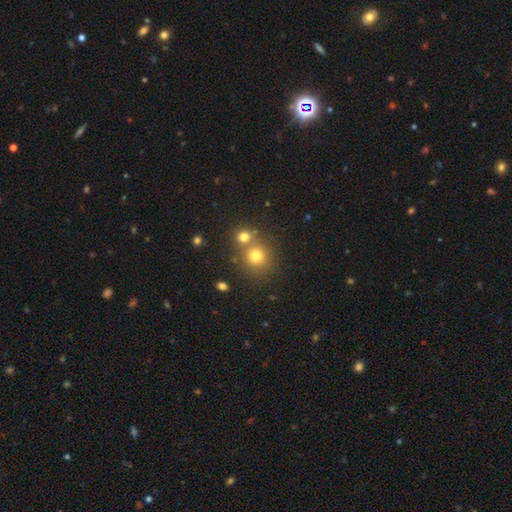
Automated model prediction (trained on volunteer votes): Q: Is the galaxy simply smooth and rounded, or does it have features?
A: smooth — 74%.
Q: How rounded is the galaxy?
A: round — 89%.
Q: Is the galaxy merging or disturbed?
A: none — 59%.